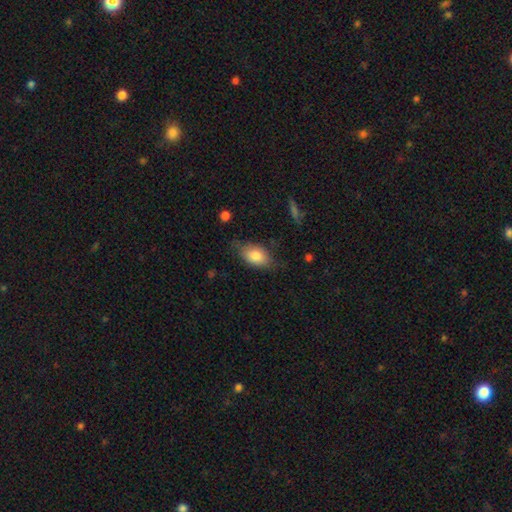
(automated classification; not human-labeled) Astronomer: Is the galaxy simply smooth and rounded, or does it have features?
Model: smooth — 80%.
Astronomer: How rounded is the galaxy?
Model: in between — 89%.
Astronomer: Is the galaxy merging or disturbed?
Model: none — 65%.